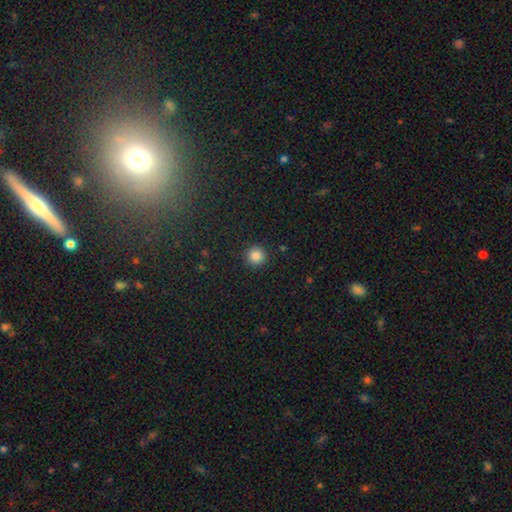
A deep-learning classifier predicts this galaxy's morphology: type=smooth (86%); roundness=round (95%); merging=none (92%).